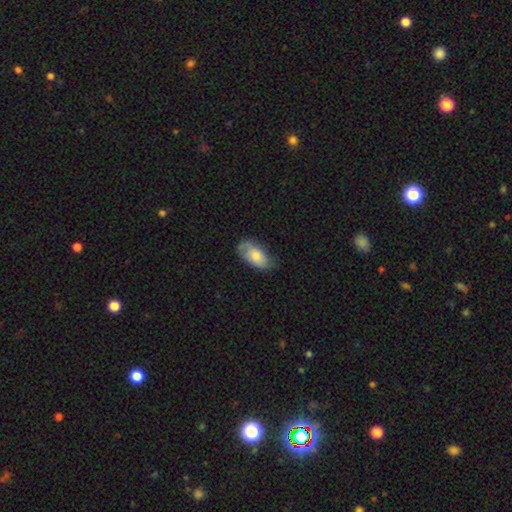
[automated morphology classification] Smooth or featured? Predicted: smooth (p=0.67). How rounded? Predicted: in between (p=0.94). Merging? Predicted: none (p=0.66).